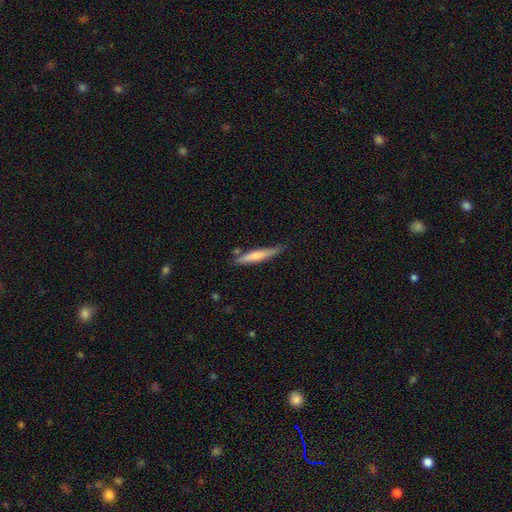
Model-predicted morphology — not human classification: Smooth or featured? Predicted: smooth (p=0.66). How rounded? Predicted: cigar-shaped (p=0.91). Merging? Predicted: none (p=0.69).